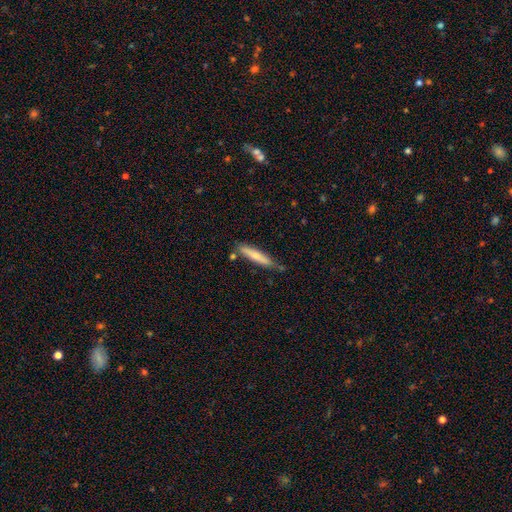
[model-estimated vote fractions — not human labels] Q: Smooth or featured?
A: smooth (60%); runner-up: featured or disk (34%)
Q: How rounded?
A: cigar-shaped (88%); runner-up: in between (10%)
Q: Merging?
A: none (71%); runner-up: minor disturbance (19%)